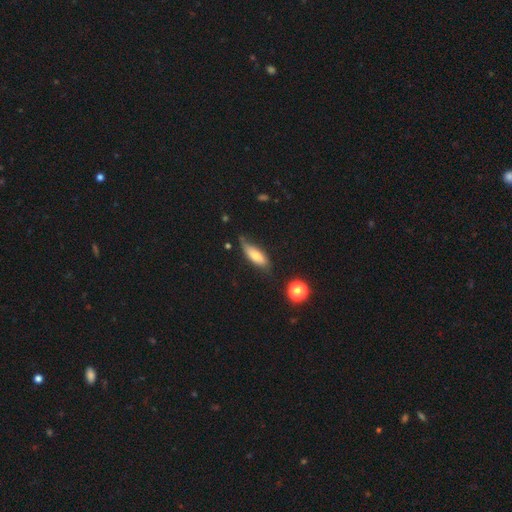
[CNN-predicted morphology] smooth-or-featured: smooth: 70% | featured or disk: 21% | star or artifact: 8%
  how-rounded: in between: 62% | cigar-shaped: 35% | round: 3%
  merging: none: 54% | minor disturbance: 34% | major disturbance: 9% | merger: 4%